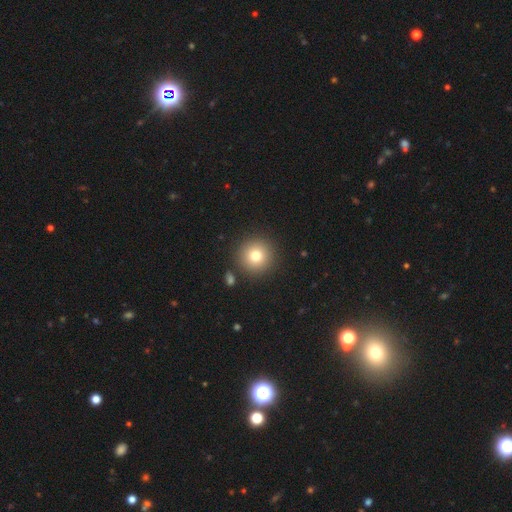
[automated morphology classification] A smooth galaxy with no disk features (79%) that is round (95%). Merging: none (88%).